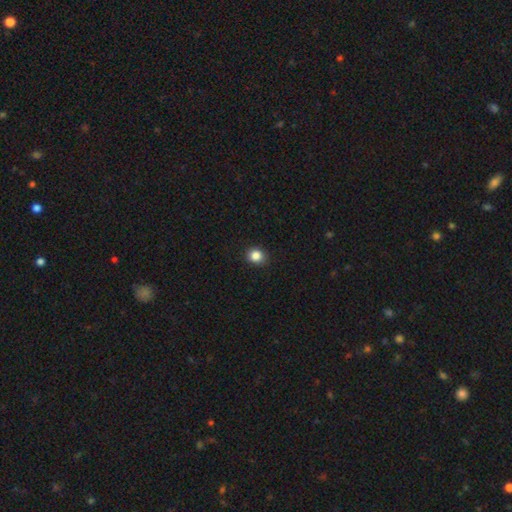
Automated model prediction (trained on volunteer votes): Overall: smooth (85%). How rounded: round (75%). Merging: none (90%).